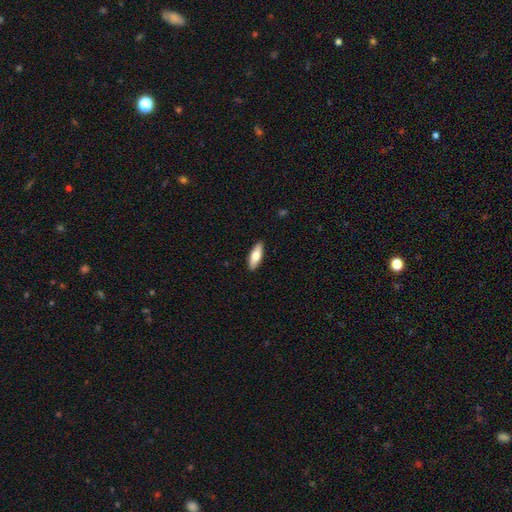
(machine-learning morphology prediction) smooth_or_featured: smooth (p=0.70) [alt: featured or disk p=0.25]
how_rounded: in between (p=0.63) [alt: cigar-shaped p=0.35]
merging: none (p=0.90) [alt: minor disturbance p=0.07]